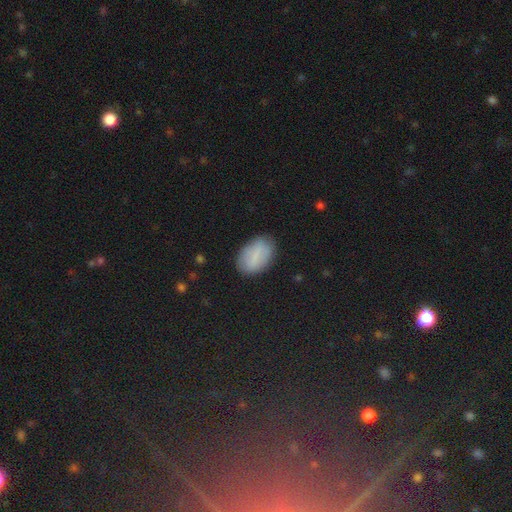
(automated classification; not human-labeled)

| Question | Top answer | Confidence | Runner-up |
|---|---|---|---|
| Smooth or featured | smooth | 74% | featured or disk (18%) |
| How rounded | in between | 91% | round (7%) |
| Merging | none | 82% | minor disturbance (13%) |